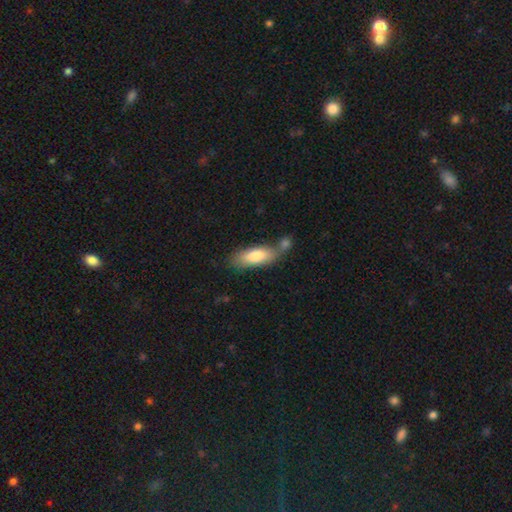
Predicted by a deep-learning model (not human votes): smooth-or-featured: smooth: 79% | featured or disk: 16% | star or artifact: 6%
  how-rounded: in between: 72% | cigar-shaped: 26% | round: 2%
  merging: none: 50% | merger: 27% | minor disturbance: 17% | major disturbance: 5%